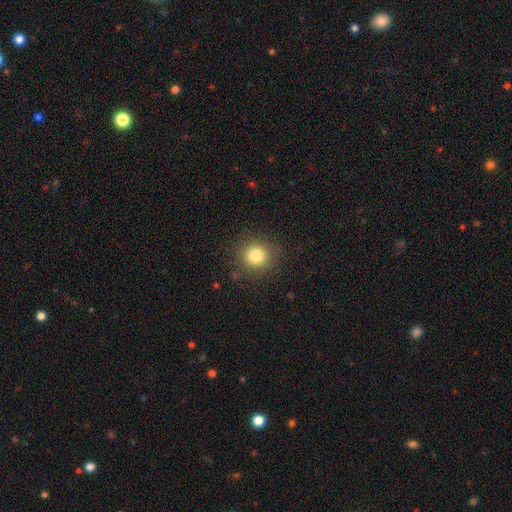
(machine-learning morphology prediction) Smooth or featured? Predicted: smooth (p=0.80). How rounded? Predicted: round (p=0.92). Merging? Predicted: none (p=0.89).